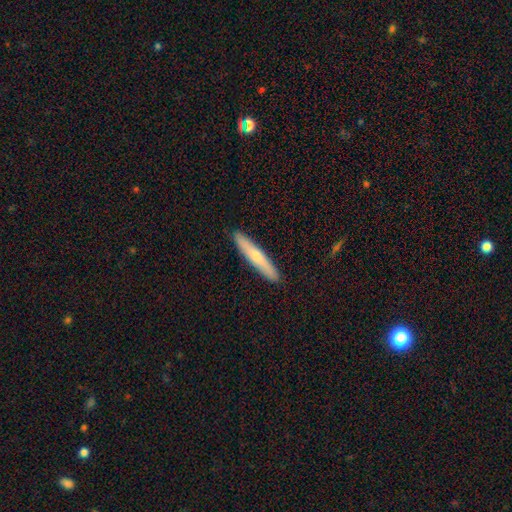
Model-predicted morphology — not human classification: A smooth galaxy with no disk features (47%). Merging: none (90%).